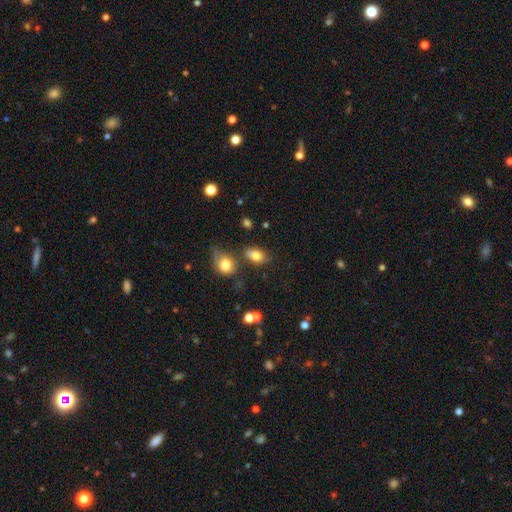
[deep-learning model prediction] smooth 80%, star or artifact 10%, featured or disk 10%. Down the decision tree: how rounded — in between (80%); merging — none (65%).